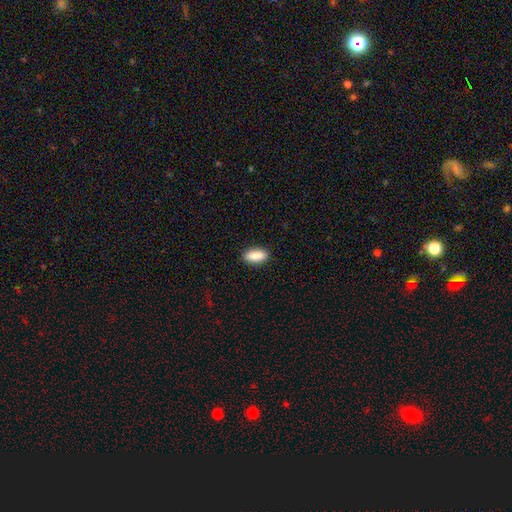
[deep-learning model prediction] smooth_or_featured: smooth (p=0.89) [alt: star or artifact p=0.06]
how_rounded: in between (p=0.85) [alt: cigar-shaped p=0.12]
merging: none (p=0.89) [alt: minor disturbance p=0.08]